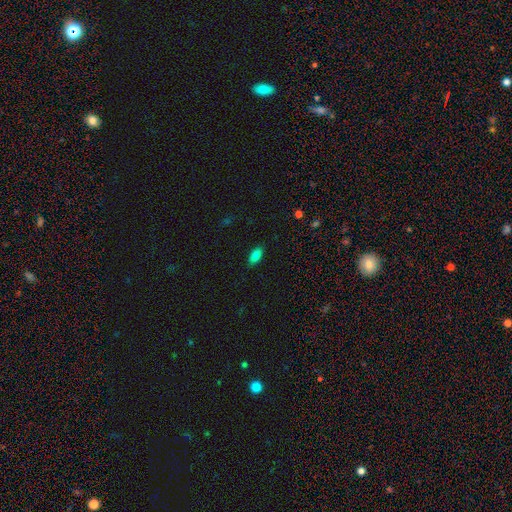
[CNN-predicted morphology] A smooth galaxy with no disk features (85%) that is in between round and cigar-shaped (88%). Merging: none (87%).